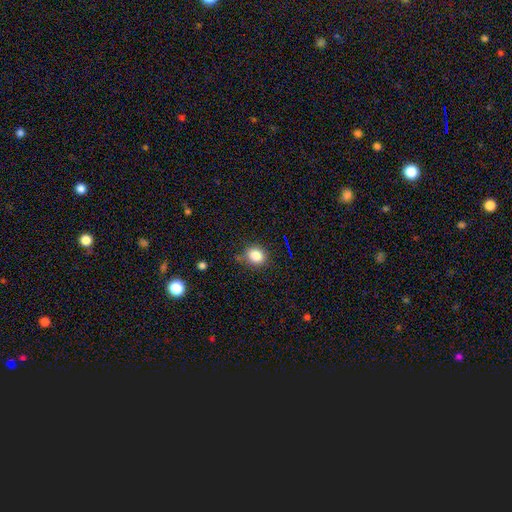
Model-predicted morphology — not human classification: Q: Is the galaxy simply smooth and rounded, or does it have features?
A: smooth — 82%.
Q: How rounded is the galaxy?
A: round — 65%.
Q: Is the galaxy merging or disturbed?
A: none — 73%.